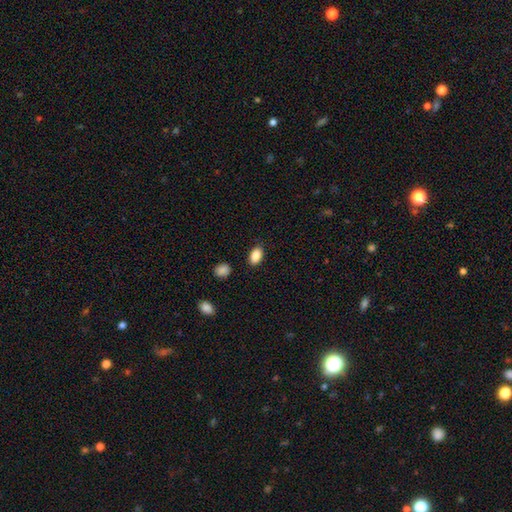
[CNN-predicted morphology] This appears to be a smooth galaxy with no disk features (88%) that is in between round and cigar-shaped (91%). Merging: none (88%).